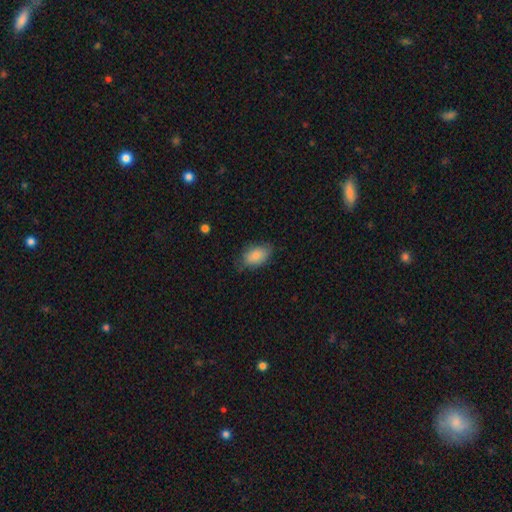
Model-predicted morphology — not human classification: Q: Smooth or featured?
A: smooth (84%); runner-up: featured or disk (10%)
Q: How rounded?
A: in between (90%); runner-up: round (8%)
Q: Merging?
A: none (69%); runner-up: minor disturbance (25%)